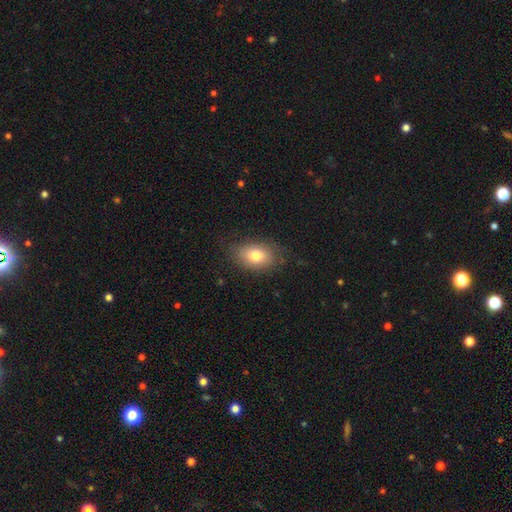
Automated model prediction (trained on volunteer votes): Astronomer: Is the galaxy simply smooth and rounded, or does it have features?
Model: smooth — 76%.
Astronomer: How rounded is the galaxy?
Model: in between — 84%.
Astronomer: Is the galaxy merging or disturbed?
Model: none — 77%.